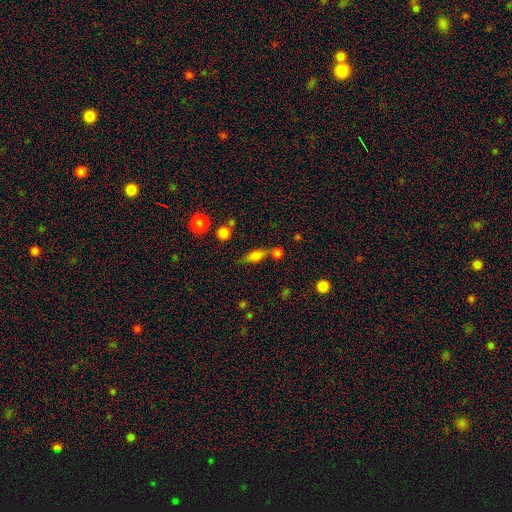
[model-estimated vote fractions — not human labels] Smooth or featured? Predicted: smooth (p=0.72). How rounded? Predicted: in between (p=0.65). Merging? Predicted: none (p=0.52).